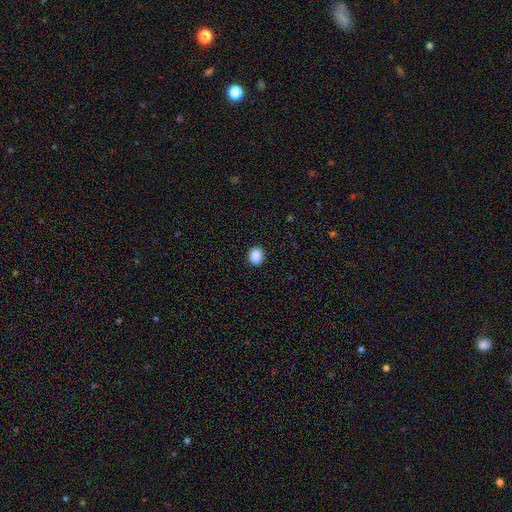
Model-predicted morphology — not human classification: Smooth or featured? smooth (89%)
How rounded? round (62%)
Merging? none (91%)